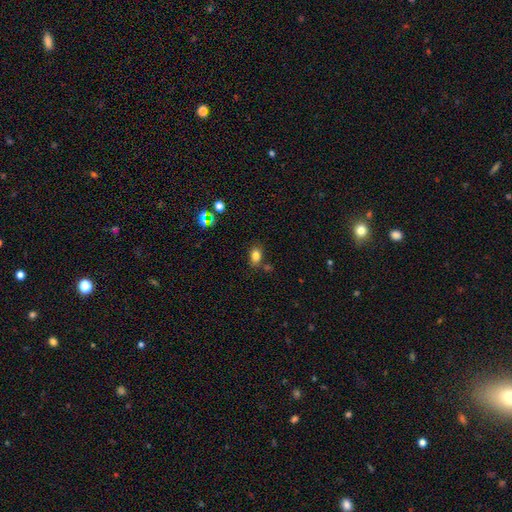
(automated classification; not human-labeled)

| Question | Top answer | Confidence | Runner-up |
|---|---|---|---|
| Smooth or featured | smooth | 80% | star or artifact (12%) |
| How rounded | in between | 79% | round (19%) |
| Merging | none | 76% | minor disturbance (13%) |